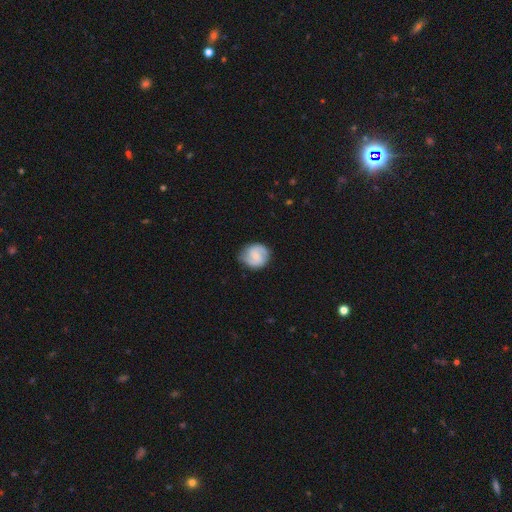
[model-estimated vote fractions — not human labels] The model was most divided on "bar": weak: 47%, no: 41%, strong: 12%. Remaining: edge-on disk — no (98%); spiral arms — yes (90%); merging — none (78%); smooth or featured — featured or disk (53%); bulge size — small (50%).